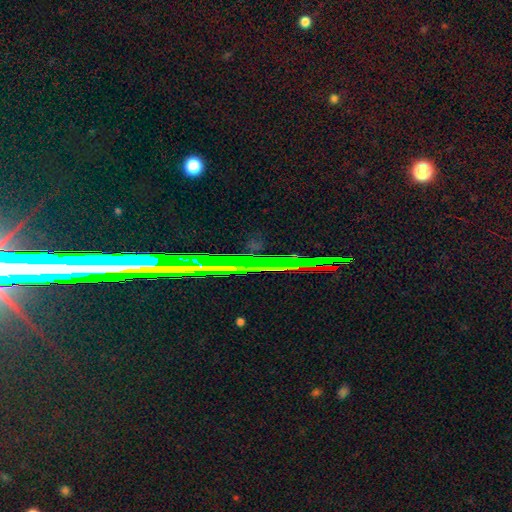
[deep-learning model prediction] Smooth or featured: star or artifact — 71% (featured or disk — 17%)